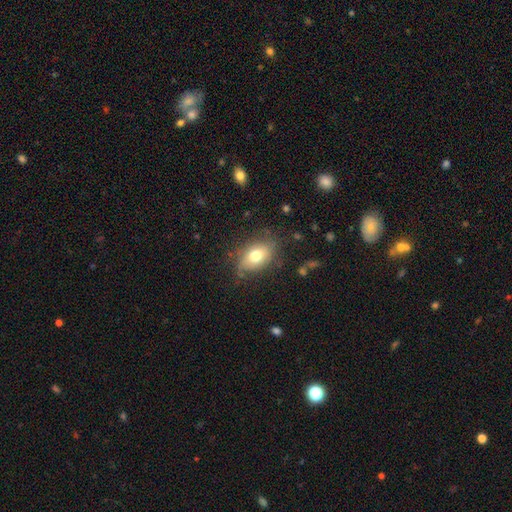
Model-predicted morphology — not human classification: Overall: smooth (73%). How rounded: in between (85%). Merging: none (74%).